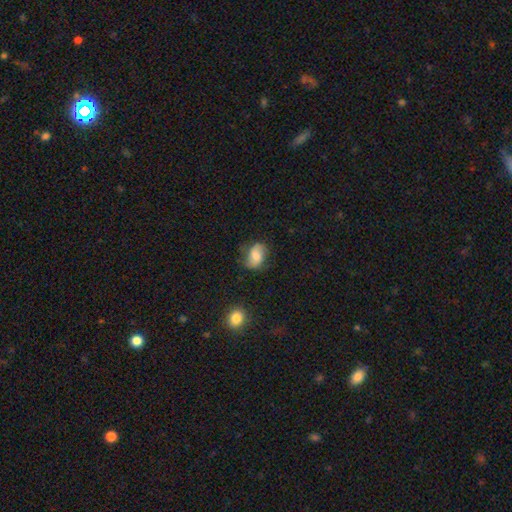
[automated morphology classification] A smooth galaxy with no disk features (62%) that is in between round and cigar-shaped (79%). Merging: none (63%).